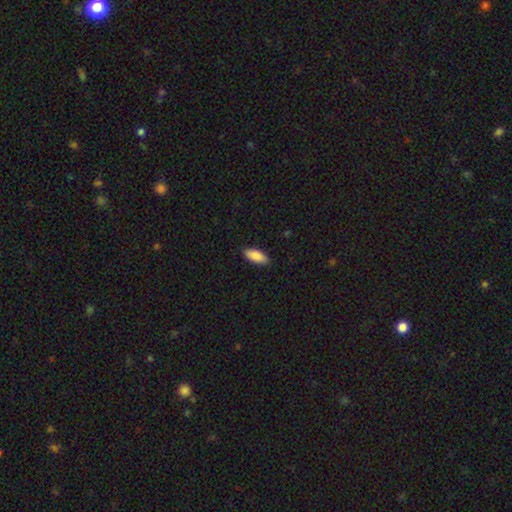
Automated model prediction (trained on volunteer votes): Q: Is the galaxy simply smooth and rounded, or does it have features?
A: smooth — 89%.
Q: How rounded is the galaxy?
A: in between — 80%.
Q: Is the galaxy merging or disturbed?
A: none — 88%.